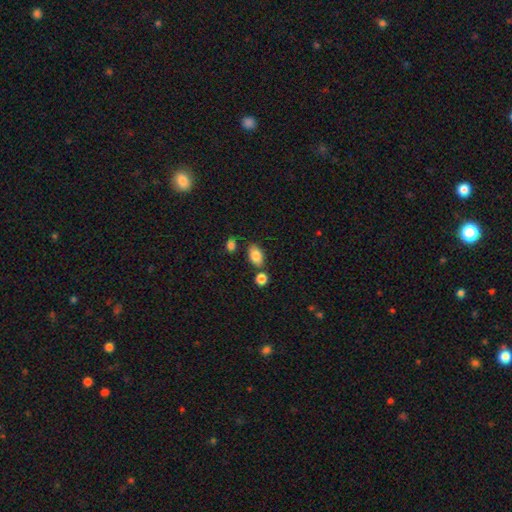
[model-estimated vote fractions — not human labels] smooth-or-featured: smooth: 84% | star or artifact: 8% | featured or disk: 8%
  how-rounded: in between: 87% | round: 11% | cigar-shaped: 2%
  merging: none: 69% | minor disturbance: 14% | merger: 13% | major disturbance: 3%